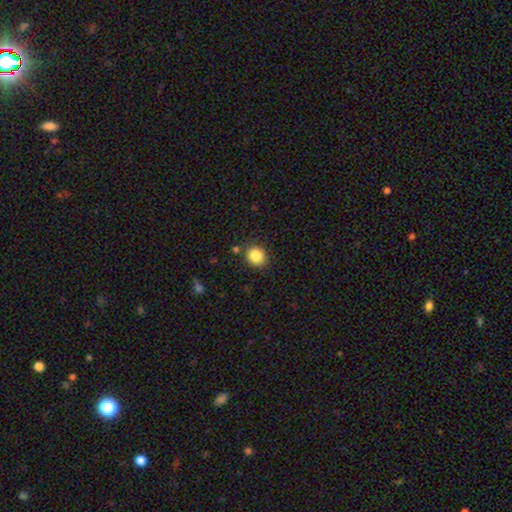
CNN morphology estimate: This appears to be a smooth galaxy with no disk features (85%) that is round (81%). Merging: none (84%).